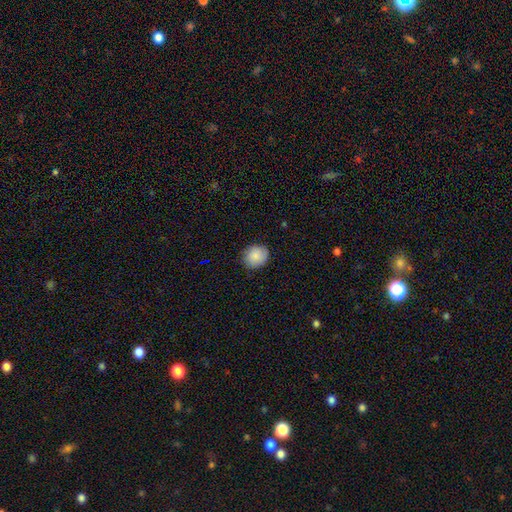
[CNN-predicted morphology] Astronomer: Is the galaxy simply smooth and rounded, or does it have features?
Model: smooth — 85%.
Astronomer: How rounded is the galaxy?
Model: round — 68%.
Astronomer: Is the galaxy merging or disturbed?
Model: none — 83%.